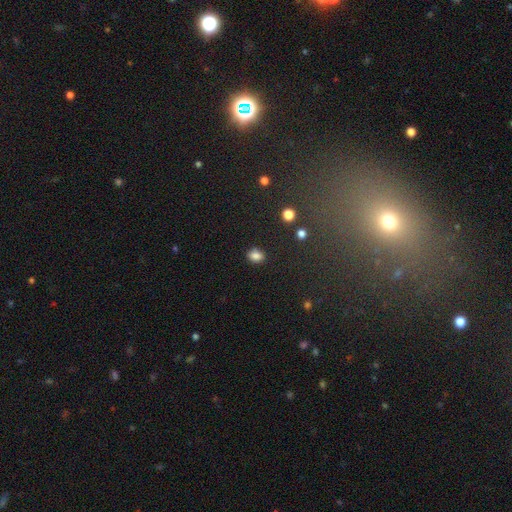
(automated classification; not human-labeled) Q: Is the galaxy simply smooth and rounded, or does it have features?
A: smooth — 84%.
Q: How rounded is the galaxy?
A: in between — 62%.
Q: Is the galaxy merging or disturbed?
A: none — 79%.